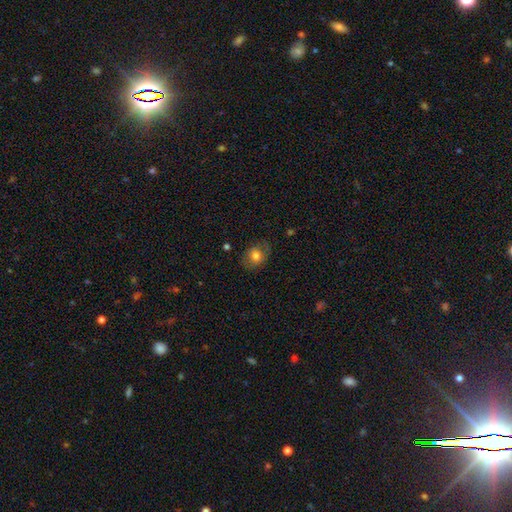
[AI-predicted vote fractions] smooth 73%, featured or disk 18%, star or artifact 9%. Down the decision tree: how rounded — round (51%); merging — none (75%).